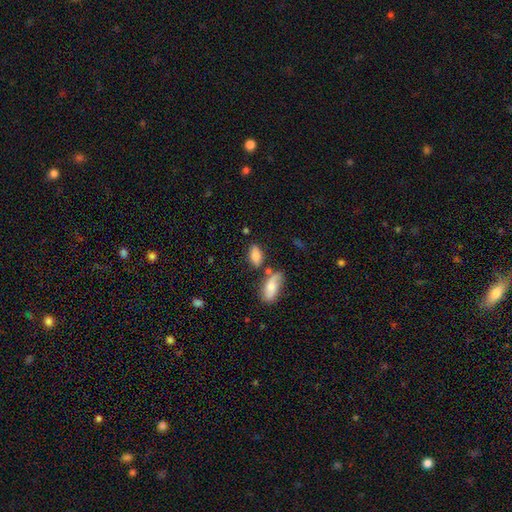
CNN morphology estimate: type=smooth (81%); roundness=in between (88%); merging=none (62%).